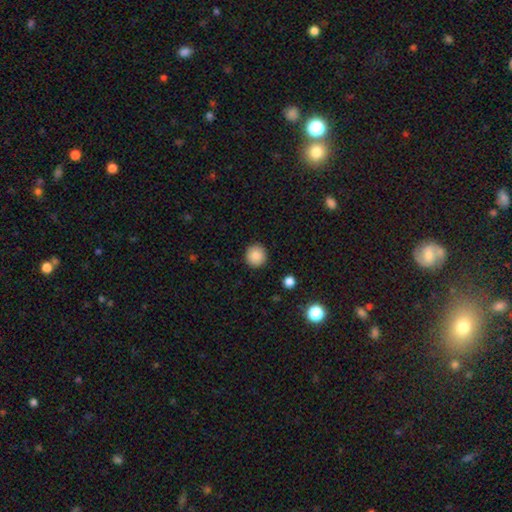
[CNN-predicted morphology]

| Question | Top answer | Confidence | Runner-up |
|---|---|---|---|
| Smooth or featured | smooth | 87% | star or artifact (9%) |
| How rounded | round | 95% | in between (4%) |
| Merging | none | 92% | minor disturbance (5%) |